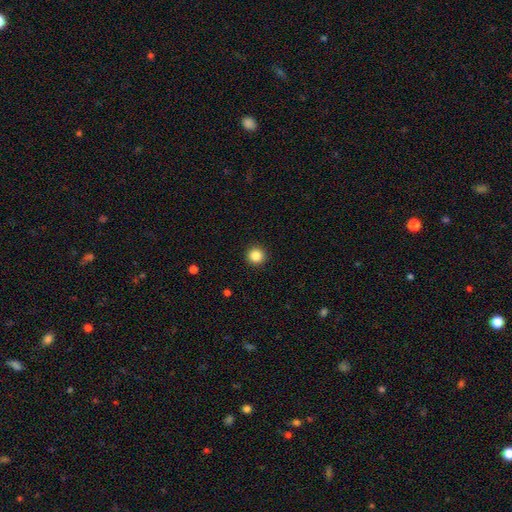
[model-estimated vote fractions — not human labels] Smooth or featured: smooth — 86% (star or artifact — 10%)
How rounded: round — 96% (in between — 3%)
Merging: none — 93% (minor disturbance — 4%)